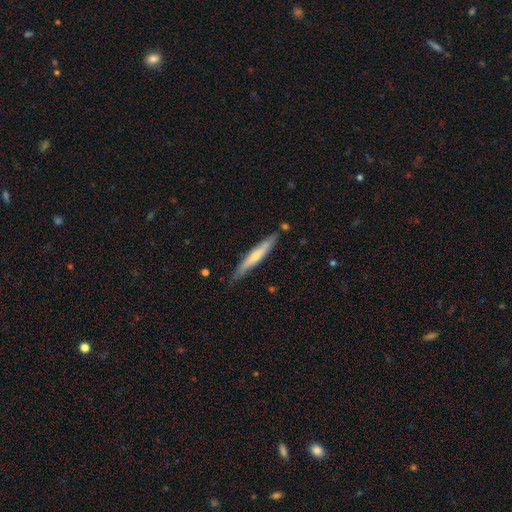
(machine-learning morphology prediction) Smooth or featured?
  - featured or disk: 48% *
  - smooth: 46%
  - star or artifact: 5%
Merging?
  - none: 77% *
  - minor disturbance: 17%
  - major disturbance: 3%
  - merger: 3%